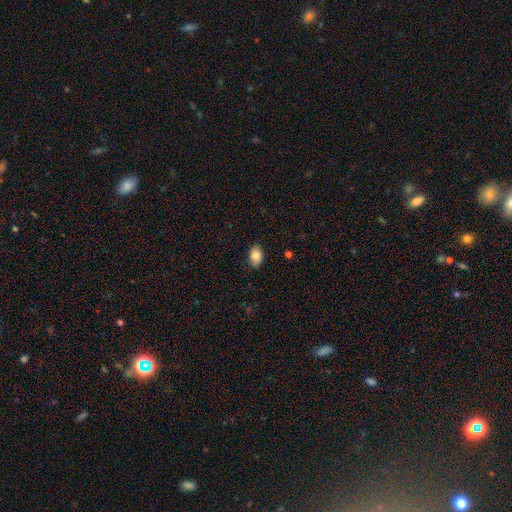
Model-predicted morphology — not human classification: type=smooth (85%); roundness=in between (86%); merging=none (86%).